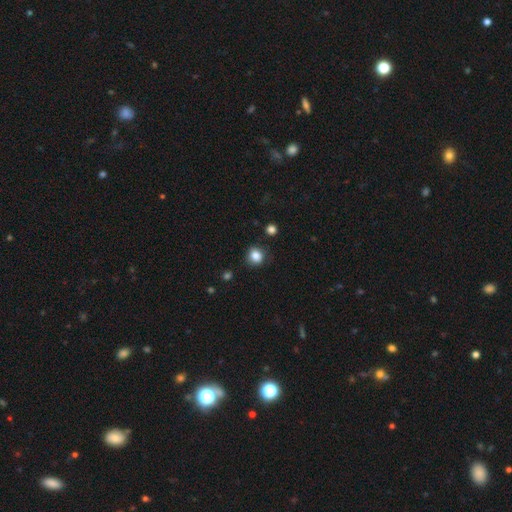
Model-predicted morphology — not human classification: A smooth galaxy with no disk features (84%) that is round (83%).

Vote fractions:
- Smooth or featured? smooth: 84% / star or artifact: 11% / featured or disk: 5%
- How rounded? round: 83% / in between: 16% / cigar-shaped: 1%
- Merging? none: 82% / minor disturbance: 13% / major disturbance: 3% / merger: 2%